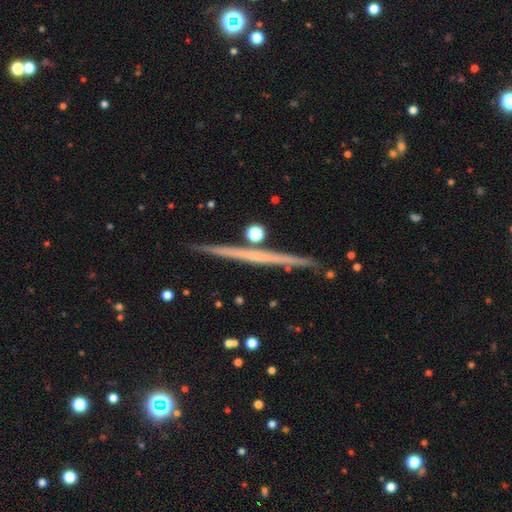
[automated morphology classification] smooth_or_featured: featured or disk (p=0.71) [alt: smooth p=0.22]
disk_edge_on: yes (p=0.98) [alt: no p=0.02]
edge_on_bulge: none (p=0.81) [alt: rounded p=0.14]
merging: none (p=0.89) [alt: minor disturbance p=0.07]